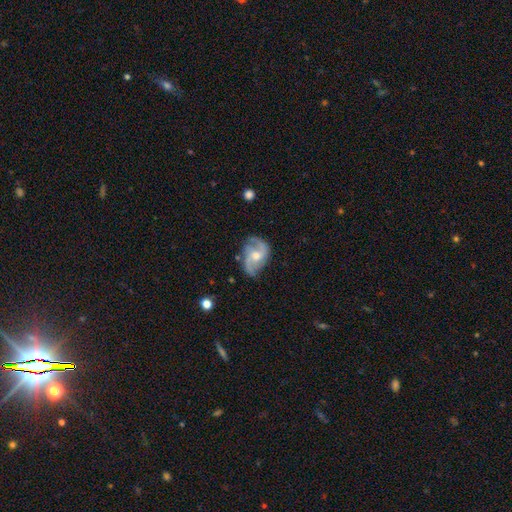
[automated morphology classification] Q: Smooth or featured?
A: featured or disk (83%); runner-up: smooth (11%)
Q: Edge-on disk?
A: no (97%); runner-up: yes (3%)
Q: Bar?
A: no (49%); runner-up: weak (41%)
Q: Spiral arms?
A: yes (94%); runner-up: no (6%)
Q: Spiral winding?
A: medium (44%); runner-up: loose (42%)
Q: Spiral arm count?
A: 2 (83%); runner-up: 3 (6%)
Q: Bulge size?
A: moderate (66%); runner-up: small (25%)
Q: Merging?
A: none (68%); runner-up: minor disturbance (22%)